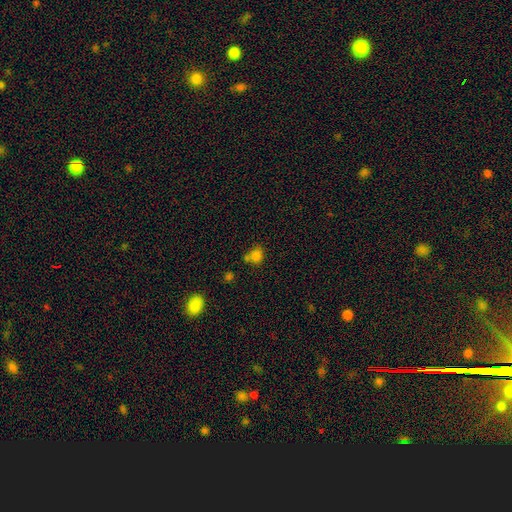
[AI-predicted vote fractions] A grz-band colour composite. It shows a smooth galaxy with no disk features (79%) that is round (71%). Merging: none (55%).